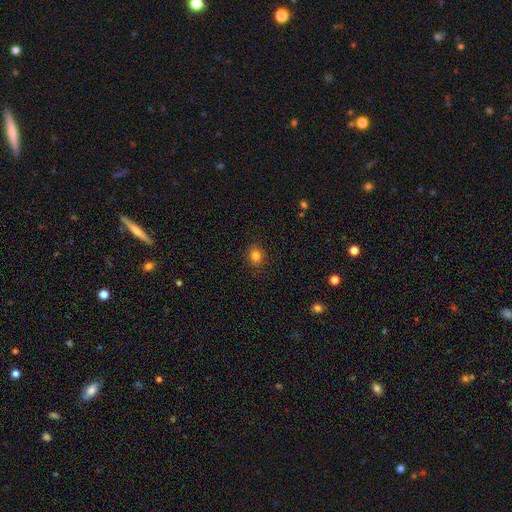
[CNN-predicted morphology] This is clearly a smooth galaxy (81%). How rounded: likely round (62%). Merging: clearly none (87%).